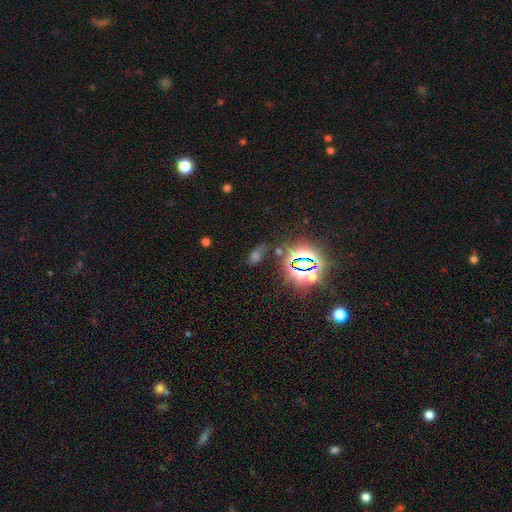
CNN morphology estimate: The model was most divided on "smooth or featured": star or artifact: 51%, smooth: 34%, featured or disk: 15%.